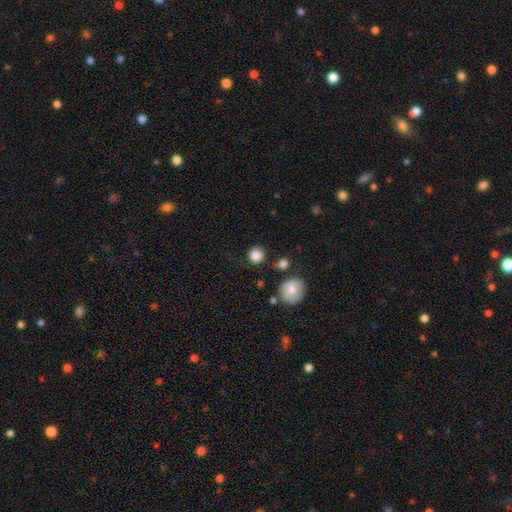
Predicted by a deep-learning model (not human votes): Smooth or featured? smooth (84%)
How rounded? round (93%)
Merging? none (82%)